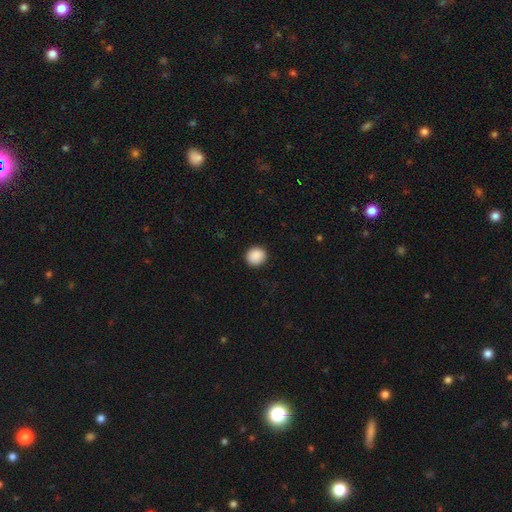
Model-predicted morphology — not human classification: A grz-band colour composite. It shows a smooth galaxy with no disk features (90%) that is round (91%). Merging: none (91%).